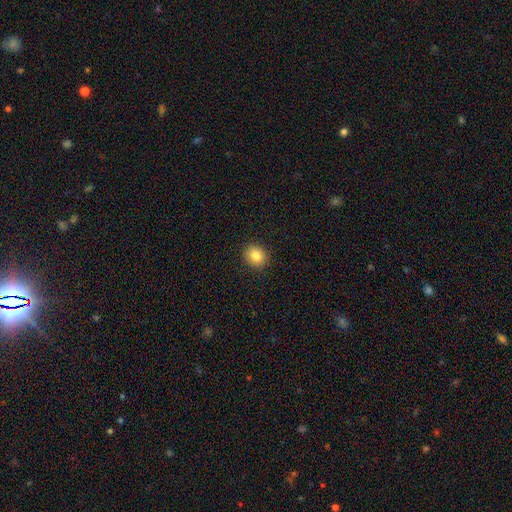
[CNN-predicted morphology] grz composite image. It shows a smooth galaxy with no disk features (83%) that is round (81%). Merging: none (91%).